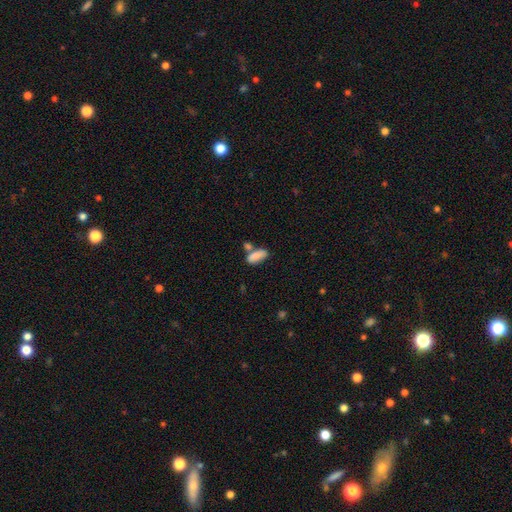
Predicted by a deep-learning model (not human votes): Overall: smooth (85%). How rounded: in between (82%). Merging: none (49%; merger 31%).